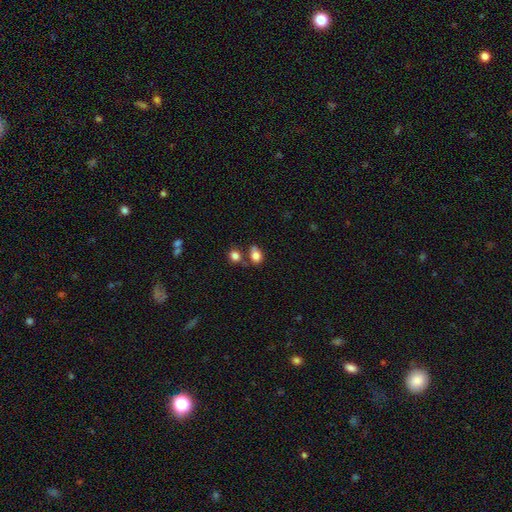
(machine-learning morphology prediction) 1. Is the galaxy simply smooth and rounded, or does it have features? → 81% smooth, 10% star or artifact, 9% featured or disk.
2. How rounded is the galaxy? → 65% in between, 33% round, 2% cigar-shaped.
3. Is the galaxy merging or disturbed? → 52% none, 26% merger, 16% minor disturbance, 6% major disturbance.